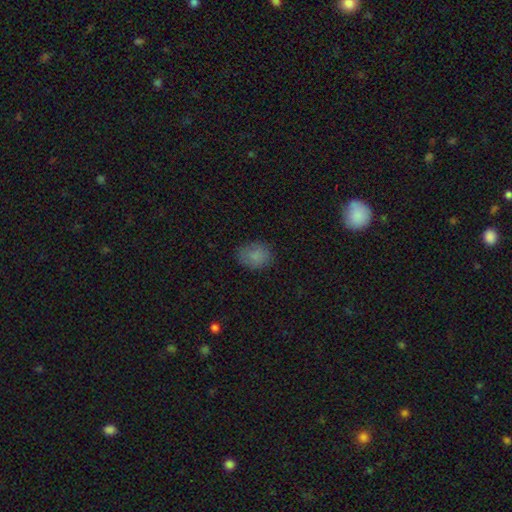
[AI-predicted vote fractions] Q: Smooth or featured?
A: smooth (83%); runner-up: star or artifact (10%)
Q: How rounded?
A: in between (54%); runner-up: round (45%)
Q: Merging?
A: none (80%); runner-up: minor disturbance (15%)